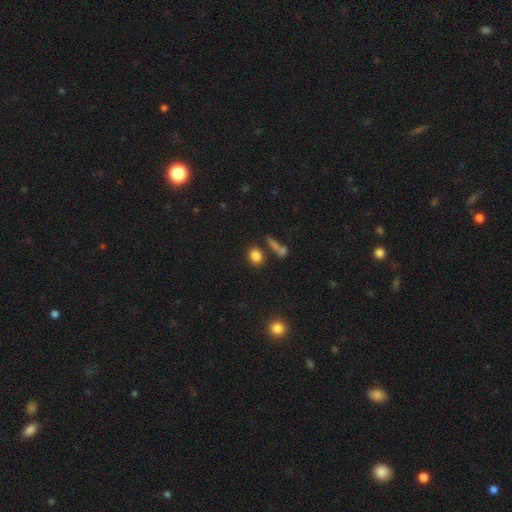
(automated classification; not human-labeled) smooth 83%, star or artifact 11%, featured or disk 6%. Down the decision tree: how rounded — round (54%); merging — none (76%).